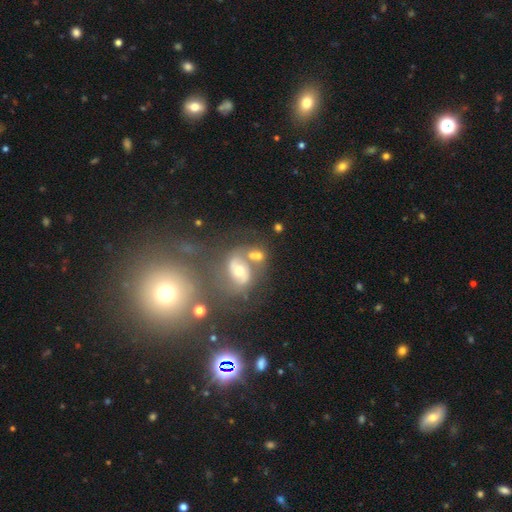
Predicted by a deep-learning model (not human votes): smooth-or-featured: featured or disk: 51% | smooth: 35% | star or artifact: 14%
  disk-edge-on: no: 95% | yes: 5%
  merging: none: 39% | merger: 34% | minor disturbance: 15% | major disturbance: 12%